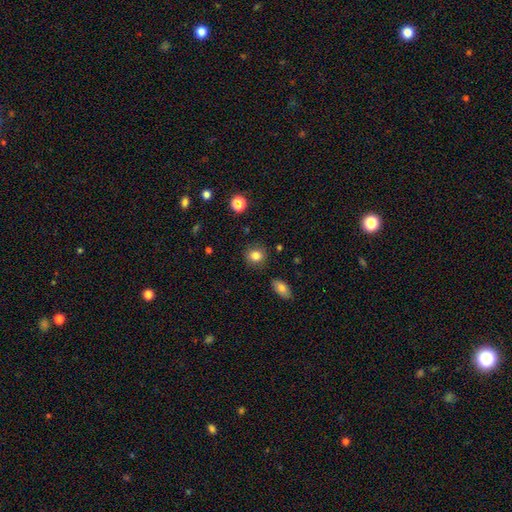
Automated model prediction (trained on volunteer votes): Smooth or featured? Predicted: smooth (p=0.84). How rounded? Predicted: round (p=0.81). Merging? Predicted: none (p=0.87).